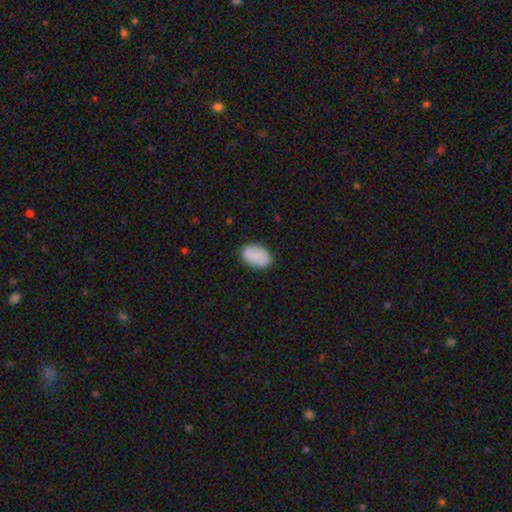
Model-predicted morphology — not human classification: Smooth or featured?
  - smooth: 85% *
  - featured or disk: 8%
  - star or artifact: 6%
How rounded?
  - in between: 91% *
  - round: 8%
  - cigar-shaped: 1%
Merging?
  - none: 86% *
  - minor disturbance: 10%
  - major disturbance: 2%
  - merger: 1%